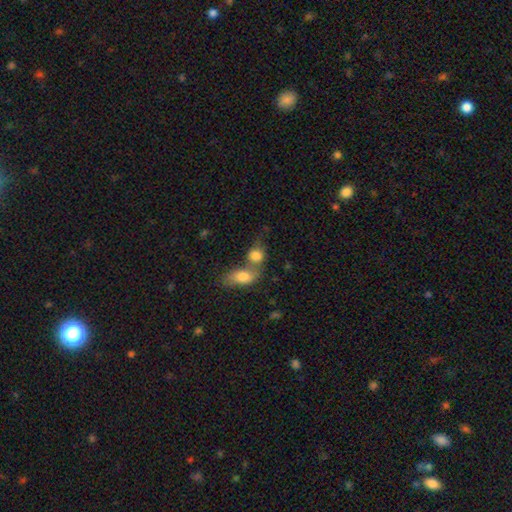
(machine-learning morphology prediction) Smooth or featured? smooth (80%)
How rounded? in between (53%)
Merging? merger (59%)